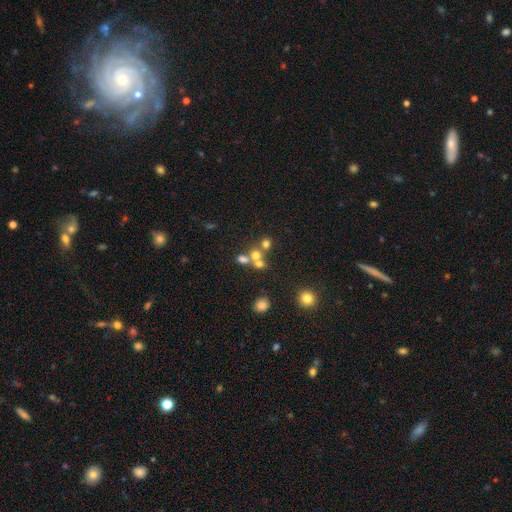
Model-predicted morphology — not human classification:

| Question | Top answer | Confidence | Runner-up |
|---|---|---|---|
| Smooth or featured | smooth | 62% | star or artifact (20%) |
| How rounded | round | 79% | in between (19%) |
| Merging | merger | 51% | none (38%) |